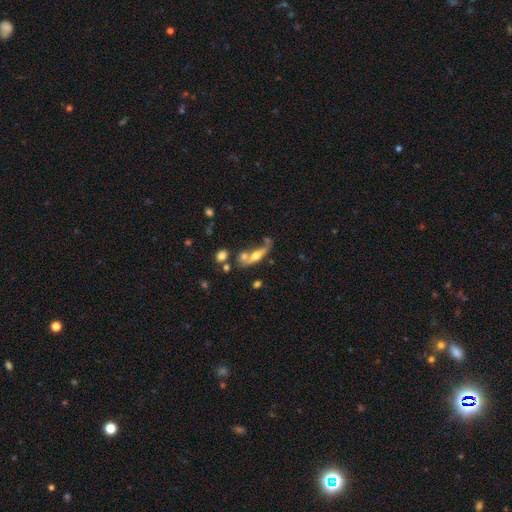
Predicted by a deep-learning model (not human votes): Smooth or featured?
  - featured or disk: 48% *
  - smooth: 43%
  - star or artifact: 9%
Merging?
  - merger: 33% *
  - none: 32%
  - major disturbance: 18%
  - minor disturbance: 17%